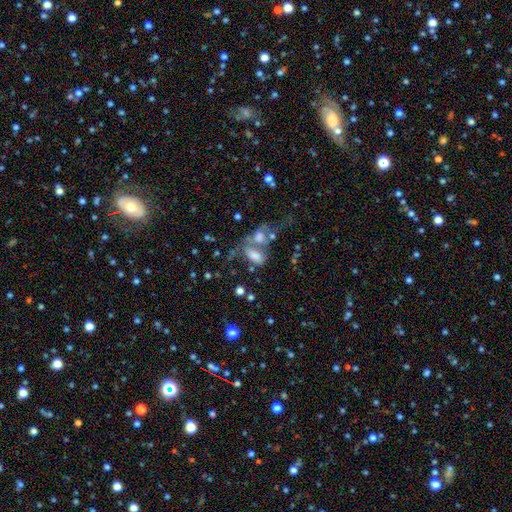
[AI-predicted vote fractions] Smooth or featured?
  - smooth: 66% *
  - featured or disk: 21%
  - star or artifact: 14%
How rounded?
  - in between: 86% *
  - round: 9%
  - cigar-shaped: 4%
Merging?
  - merger: 52% *
  - none: 23%
  - major disturbance: 13%
  - minor disturbance: 11%